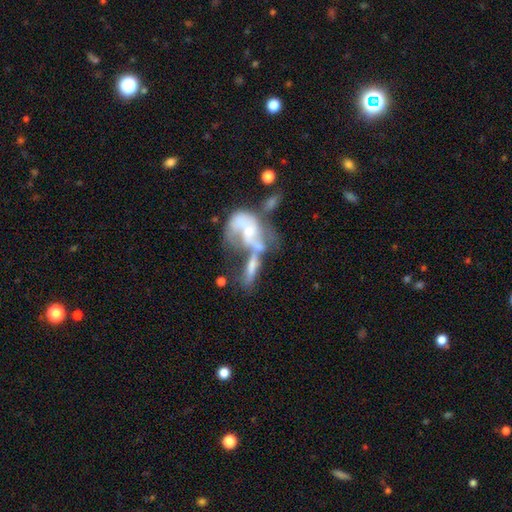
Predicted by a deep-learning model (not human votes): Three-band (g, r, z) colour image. It shows a featured or disk galaxy (64%) with no bar (69%), no spiral arms (51%) and a moderate central bulge (42%). Merging: merger (64%).